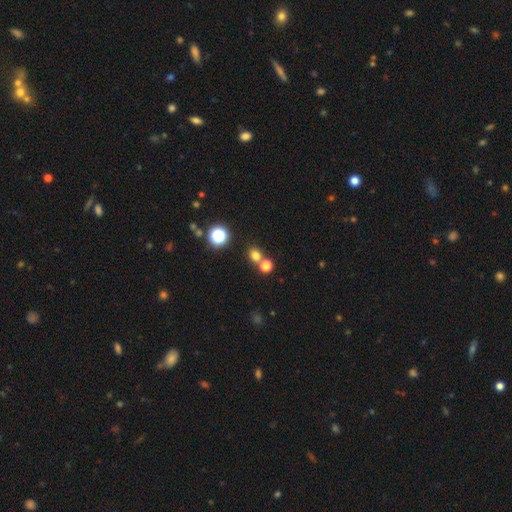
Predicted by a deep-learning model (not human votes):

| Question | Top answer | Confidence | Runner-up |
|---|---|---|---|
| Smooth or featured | smooth | 72% | star or artifact (21%) |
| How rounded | round | 76% | in between (23%) |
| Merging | none | 62% | merger (28%) |